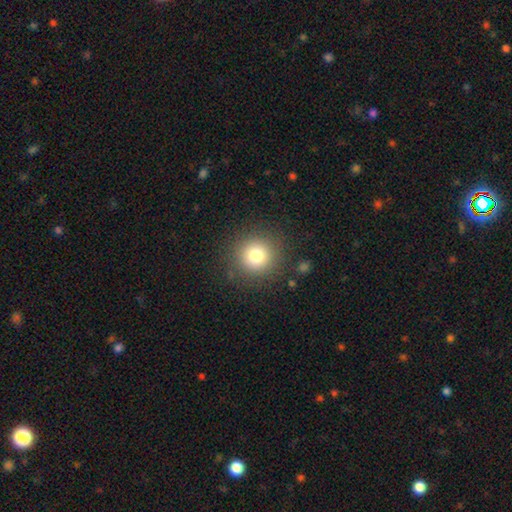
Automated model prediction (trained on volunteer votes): Smooth or featured? smooth (78%)
How rounded? round (95%)
Merging? none (88%)